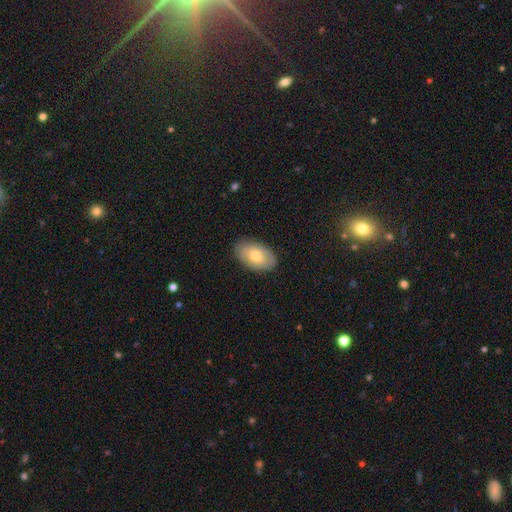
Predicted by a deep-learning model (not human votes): Smooth or featured? Predicted: smooth (p=0.68). How rounded? Predicted: in between (p=0.93). Merging? Predicted: none (p=0.85).